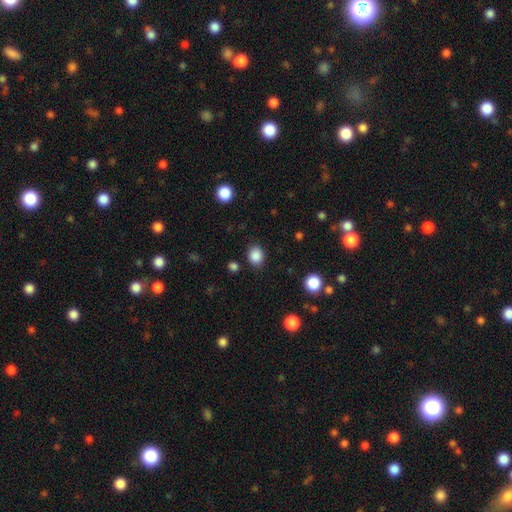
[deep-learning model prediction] This is clearly a smooth galaxy (87%). How rounded: likely round (65%). Merging: clearly none (86%).